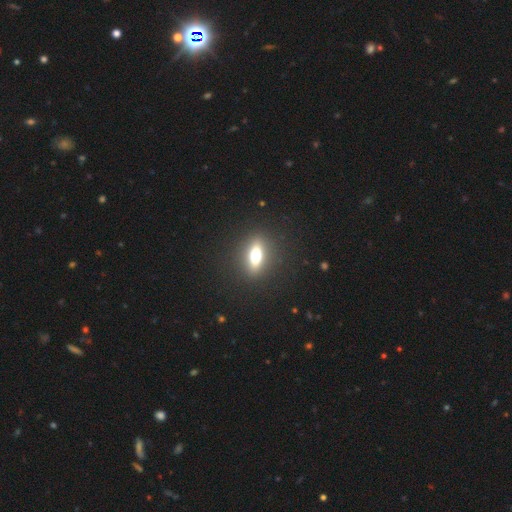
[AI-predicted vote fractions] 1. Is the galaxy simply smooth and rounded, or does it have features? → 63% smooth, 26% featured or disk, 10% star or artifact.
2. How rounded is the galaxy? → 63% in between, 28% cigar-shaped, 9% round.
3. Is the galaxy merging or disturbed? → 87% none, 8% minor disturbance, 4% major disturbance, 1% merger.